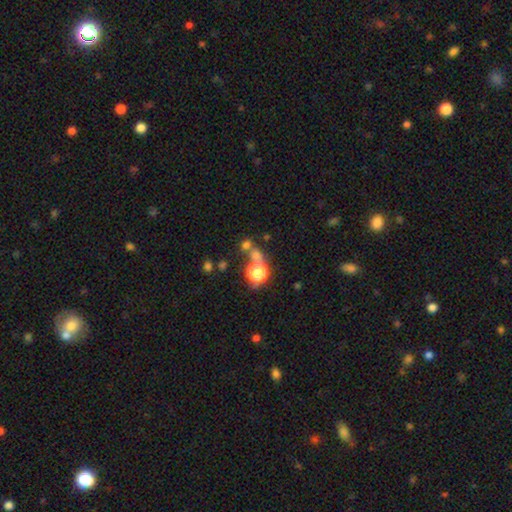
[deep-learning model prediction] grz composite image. It shows a smooth galaxy with no disk features (60%) that is round (81%). Merging: none (55%).